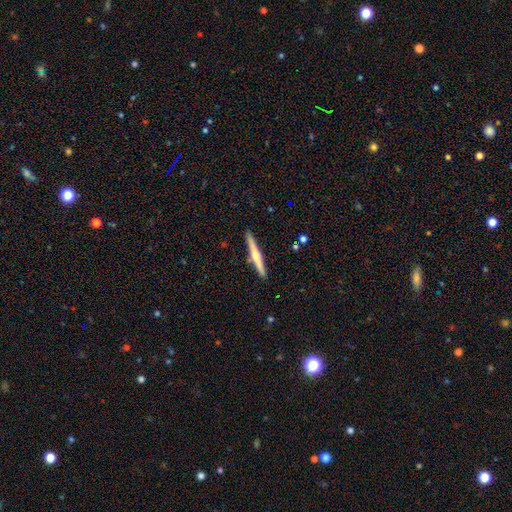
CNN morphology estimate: type=featured or disk (68%); edge-on=yes (98%); edge-on bulge=rounded (85%); merging=none (91%).